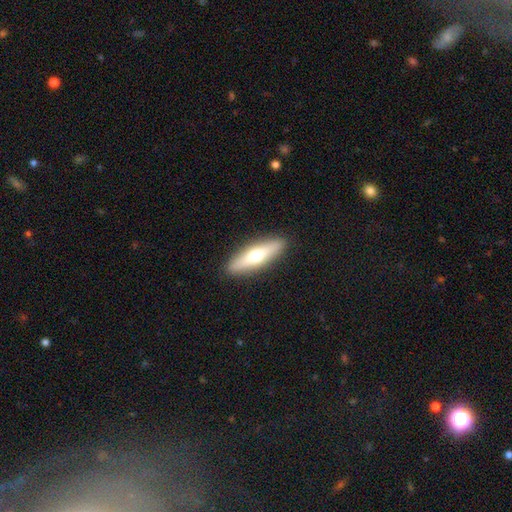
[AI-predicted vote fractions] Smooth or featured? Predicted: smooth (p=0.52). How rounded? Predicted: cigar-shaped (p=0.69). Merging? Predicted: none (p=0.90).